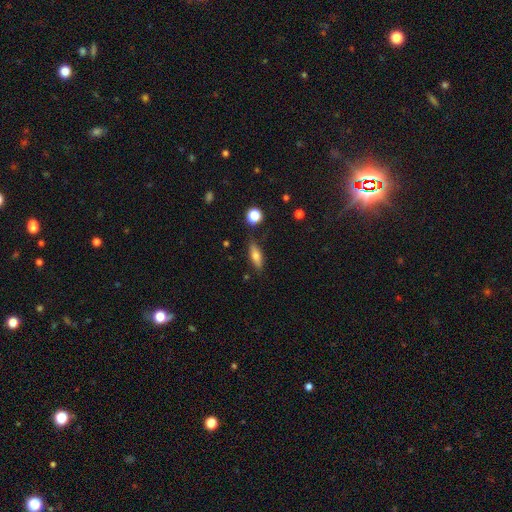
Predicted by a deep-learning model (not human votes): smooth 68%, featured or disk 24%, star or artifact 8%. Down the decision tree: how rounded — in between (59%); merging — none (81%).